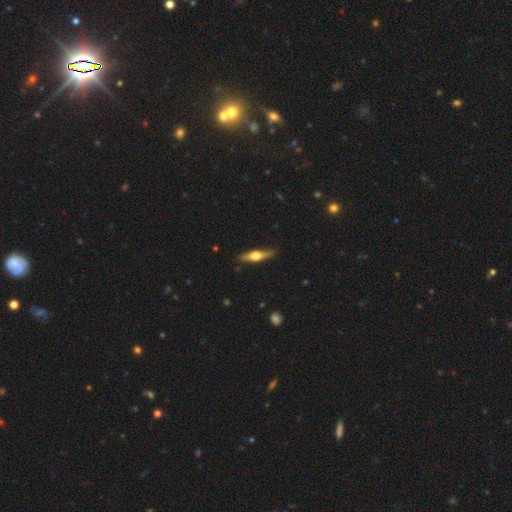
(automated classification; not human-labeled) Smooth or featured?
  - featured or disk: 56% *
  - smooth: 39%
  - star or artifact: 5%
Edge-on disk?
  - yes: 94% *
  - no: 6%
Edge-on bulge?
  - rounded: 93% *
  - boxy: 4%
  - none: 3%
Merging?
  - none: 85% *
  - minor disturbance: 11%
  - major disturbance: 2%
  - merger: 1%